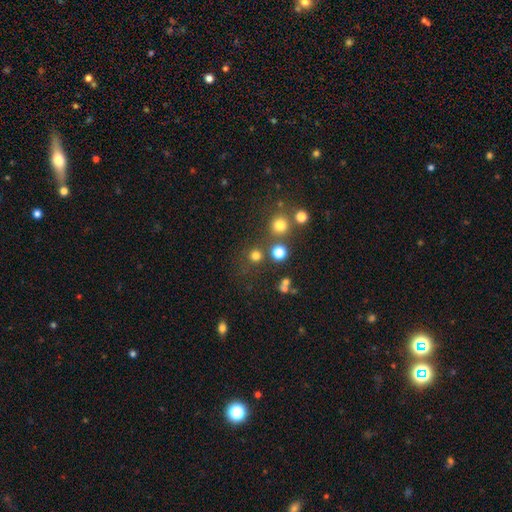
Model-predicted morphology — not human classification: A smooth galaxy with no disk features (76%) that is round (93%). Merging: none (79%).